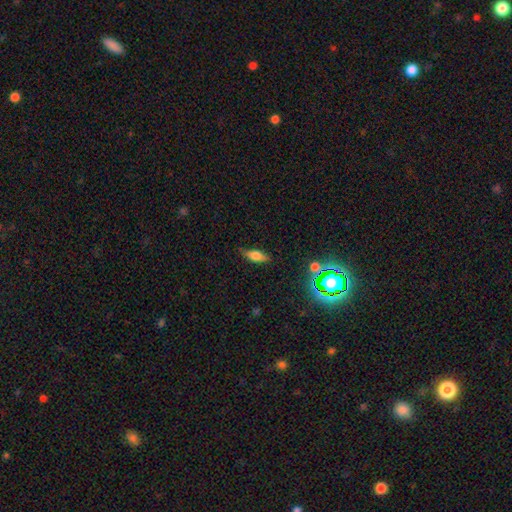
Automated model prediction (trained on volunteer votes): A smooth galaxy with no disk features (57%) that is in between round and cigar-shaped (64%).

Vote fractions:
- Smooth or featured? smooth: 57% / featured or disk: 32% / star or artifact: 12%
- How rounded? in between: 64% / cigar-shaped: 31% / round: 5%
- Merging? none: 82% / minor disturbance: 13% / major disturbance: 3% / merger: 1%